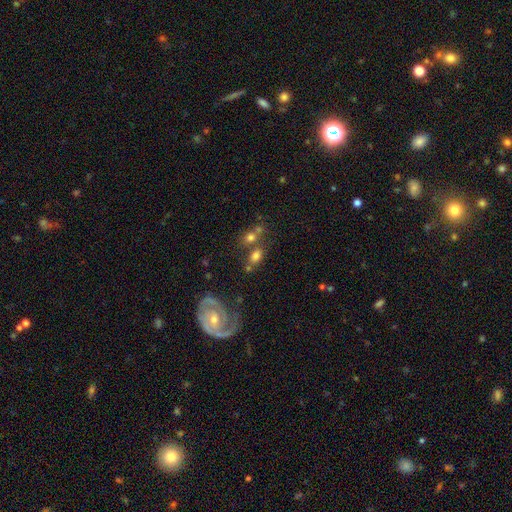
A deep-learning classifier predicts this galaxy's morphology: A smooth galaxy with no disk features (67%) that is in between round and cigar-shaped (67%). Merging: none (53%).